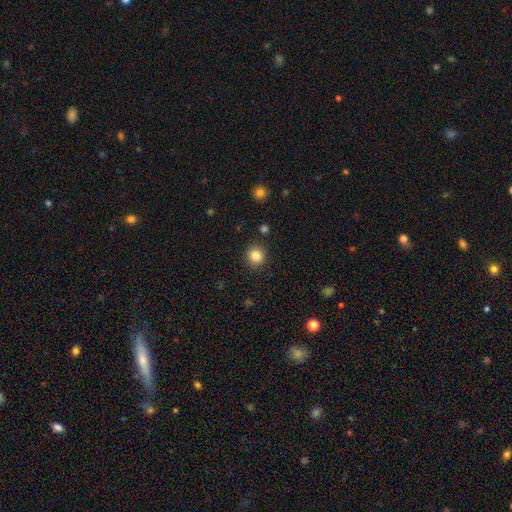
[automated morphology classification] Overall: smooth (84%). How rounded: round (91%). Merging: none (90%).